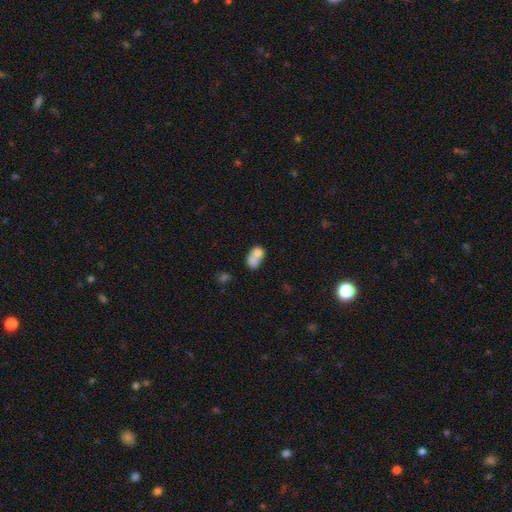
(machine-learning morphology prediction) The model was most divided on "how rounded": in between: 65%, round: 33%, cigar-shaped: 2%. More confident: smooth or featured — smooth (72%); merging — merger (64%).